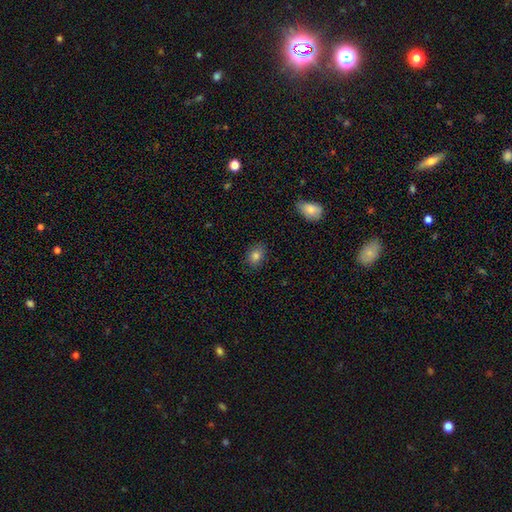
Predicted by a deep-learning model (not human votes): Smooth or featured: smooth — 81% (star or artifact — 11%)
How rounded: in between — 66% (round — 33%)
Merging: none — 85% (minor disturbance — 12%)